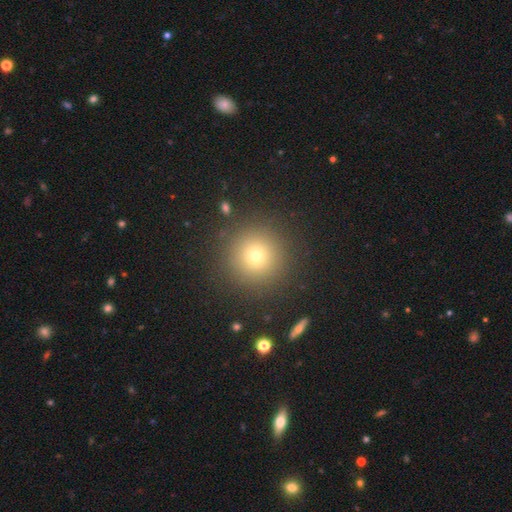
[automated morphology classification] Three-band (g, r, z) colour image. It shows a smooth galaxy with no disk features (74%) that is round (95%). Merging: none (89%).